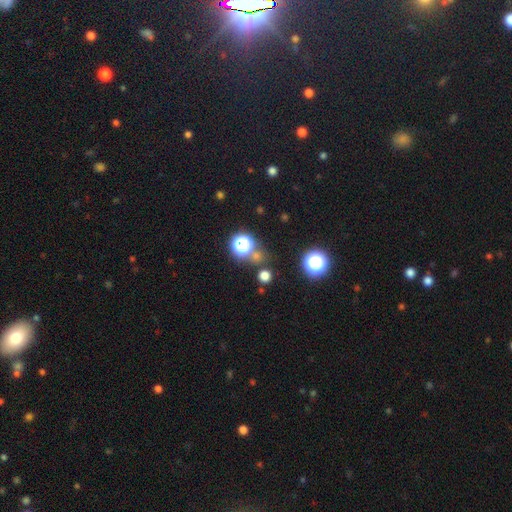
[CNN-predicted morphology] The model was most divided on "smooth or featured": star or artifact: 54%, smooth: 39%, featured or disk: 8%.